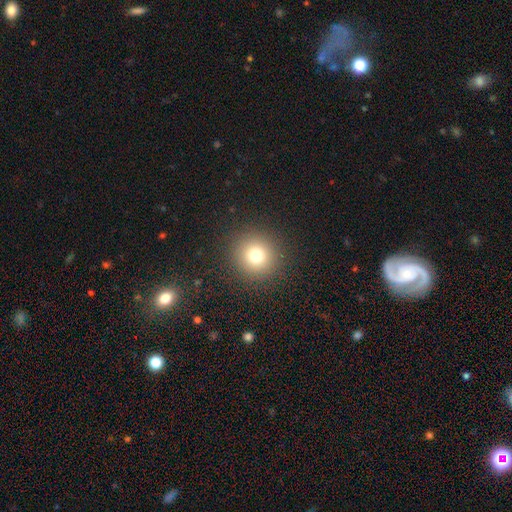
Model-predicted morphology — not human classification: Overall: smooth (75%). How rounded: round (95%). Merging: none (91%).